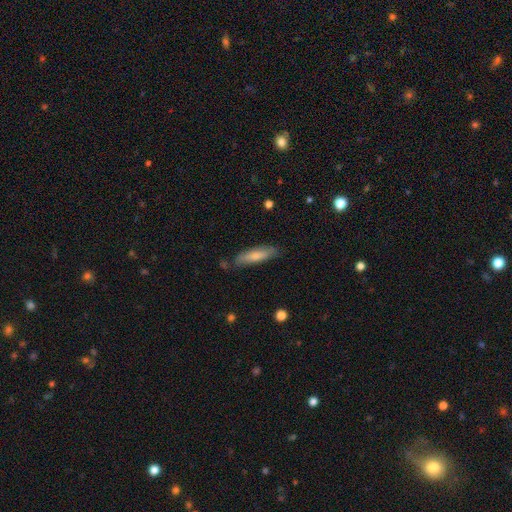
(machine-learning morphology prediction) smooth 72%, featured or disk 22%, star or artifact 6%. Down the decision tree: how rounded — cigar-shaped (70%); merging — none (79%).